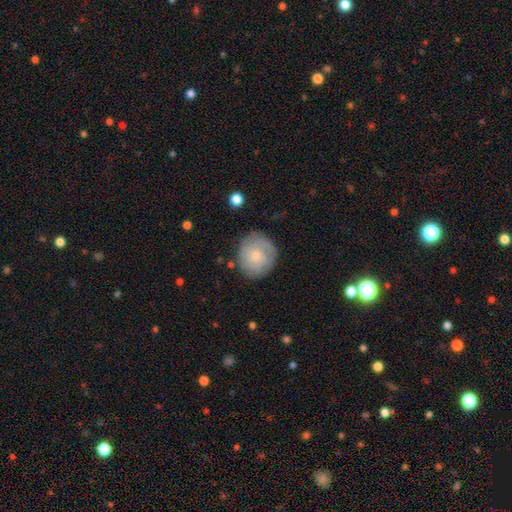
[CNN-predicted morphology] smooth-or-featured: featured or disk: 49% | smooth: 44% | star or artifact: 7%
  merging: none: 79% | minor disturbance: 15% | major disturbance: 5% | merger: 2%